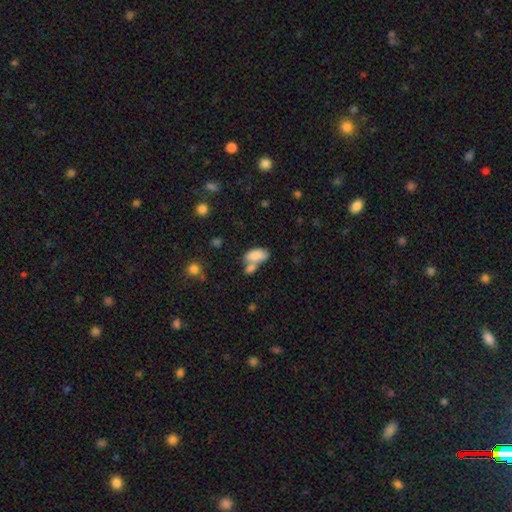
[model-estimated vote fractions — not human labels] Smooth or featured?
  - smooth: 83% *
  - featured or disk: 10%
  - star or artifact: 8%
How rounded?
  - in between: 93% *
  - round: 4%
  - cigar-shaped: 3%
Merging?
  - merger: 49% *
  - none: 33%
  - minor disturbance: 12%
  - major disturbance: 5%